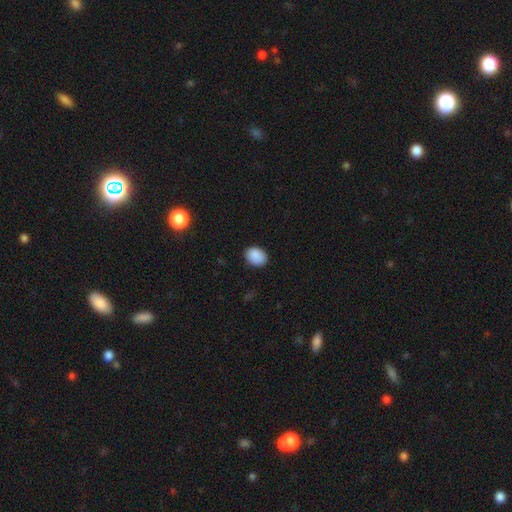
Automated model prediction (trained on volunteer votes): A smooth galaxy with no disk features (89%) that is in between round and cigar-shaped (70%).

Vote fractions:
- Smooth or featured? smooth: 89% / star or artifact: 8% / featured or disk: 3%
- How rounded? in between: 70% / round: 29% / cigar-shaped: 1%
- Merging? none: 86% / minor disturbance: 11% / major disturbance: 2% / merger: 1%